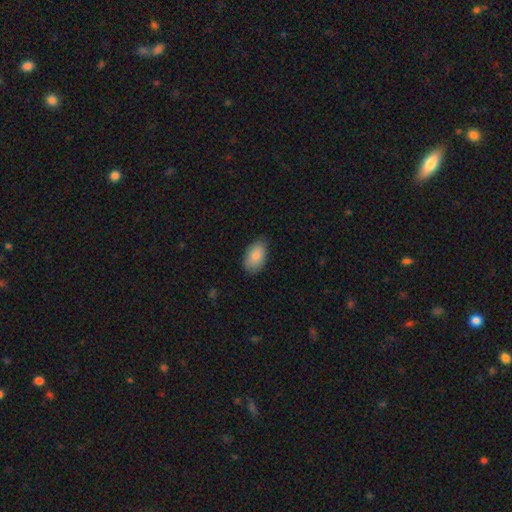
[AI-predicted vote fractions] A smooth galaxy with no disk features (87%) that is in between round and cigar-shaped (93%).

Vote fractions:
- Smooth or featured? smooth: 87% / featured or disk: 6% / star or artifact: 6%
- How rounded? in between: 93% / round: 5% / cigar-shaped: 2%
- Merging? none: 79% / minor disturbance: 17% / major disturbance: 3% / merger: 1%